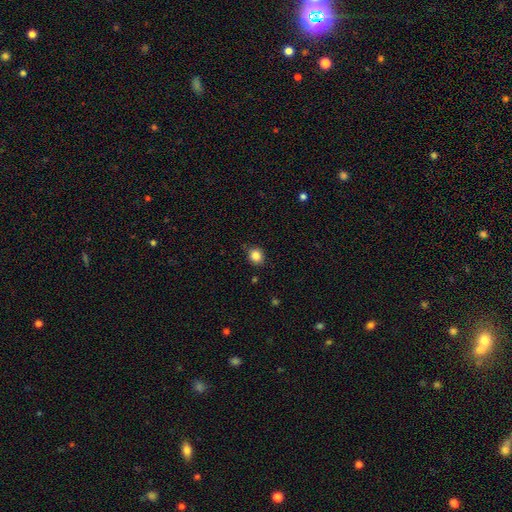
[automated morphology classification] Smooth or featured?
  - smooth: 85% *
  - star or artifact: 10%
  - featured or disk: 5%
How rounded?
  - round: 80% *
  - in between: 20%
  - cigar-shaped: 1%
Merging?
  - none: 84% *
  - minor disturbance: 11%
  - major disturbance: 2%
  - merger: 2%